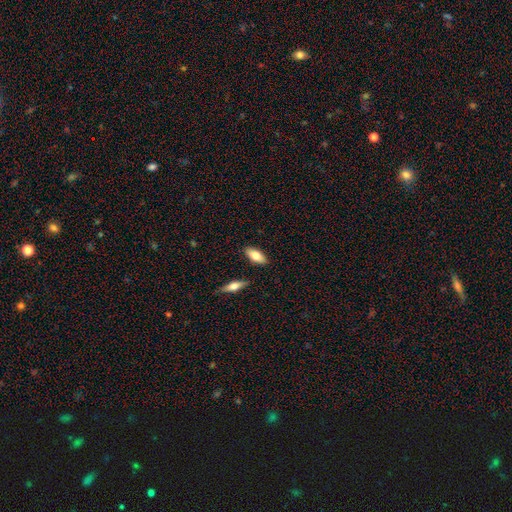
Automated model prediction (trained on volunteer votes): Smooth or featured?
  - smooth: 75% *
  - featured or disk: 18%
  - star or artifact: 6%
How rounded?
  - in between: 82% *
  - cigar-shaped: 15%
  - round: 2%
Merging?
  - none: 86% *
  - minor disturbance: 9%
  - merger: 3%
  - major disturbance: 2%